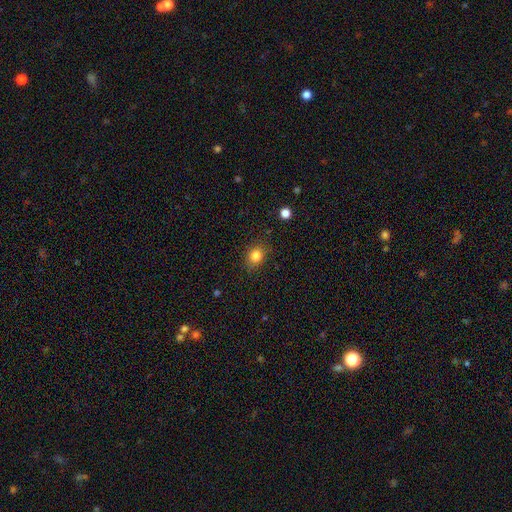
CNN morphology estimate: Smooth or featured?
  - smooth: 83% *
  - star or artifact: 11%
  - featured or disk: 6%
How rounded?
  - round: 64% *
  - in between: 35%
  - cigar-shaped: 1%
Merging?
  - none: 83% *
  - minor disturbance: 12%
  - major disturbance: 3%
  - merger: 1%